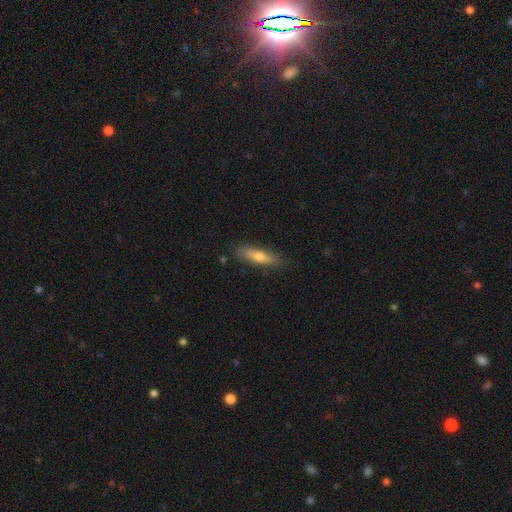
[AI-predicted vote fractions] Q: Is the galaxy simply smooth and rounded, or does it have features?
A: smooth — 55%.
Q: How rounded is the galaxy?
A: cigar-shaped — 80%.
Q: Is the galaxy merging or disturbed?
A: none — 85%.